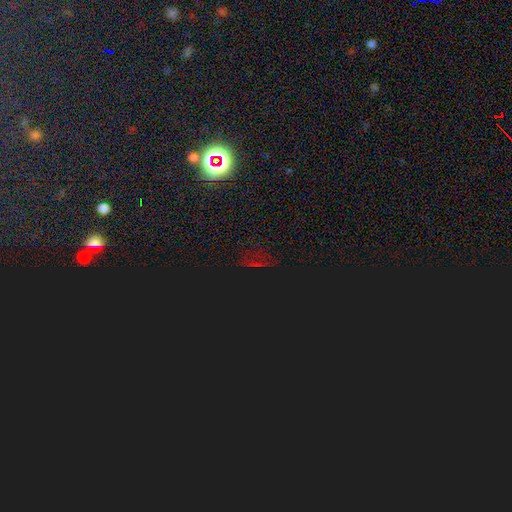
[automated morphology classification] type=star or artifact (79%).